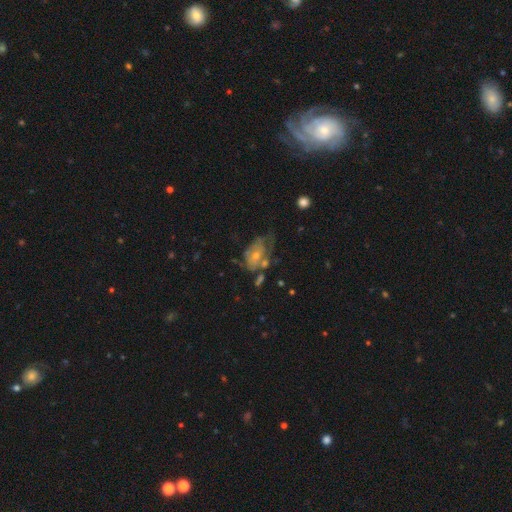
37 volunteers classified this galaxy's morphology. Smooth or featured? 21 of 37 (57%) said smooth. How rounded? 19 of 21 (90%) said in between. Merging? 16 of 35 (46%) said major disturbance.